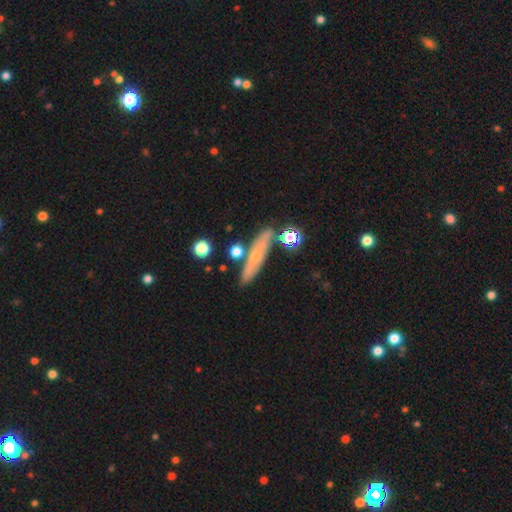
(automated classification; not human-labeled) Smooth or featured? featured or disk (46%, tied with smooth)
Merging? none (76%)